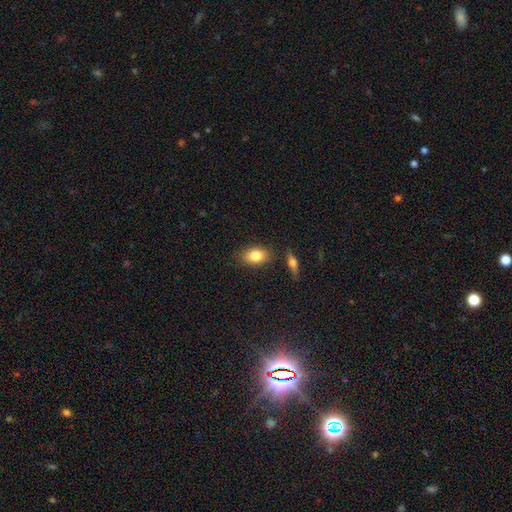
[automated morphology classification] Smooth or featured?
  - smooth: 82% *
  - featured or disk: 11%
  - star or artifact: 8%
How rounded?
  - in between: 82% *
  - round: 16%
  - cigar-shaped: 3%
Merging?
  - none: 80% *
  - minor disturbance: 12%
  - merger: 5%
  - major disturbance: 3%